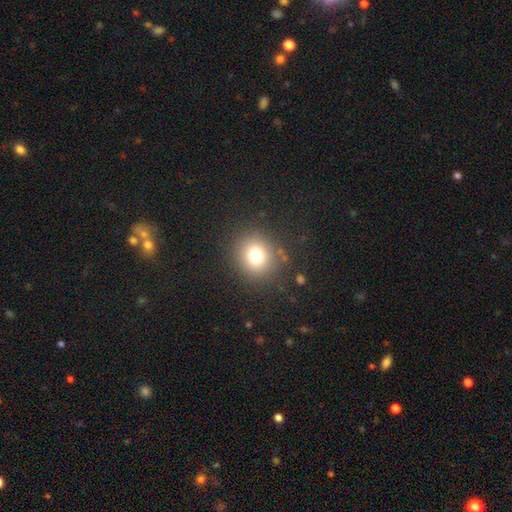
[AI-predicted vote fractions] Morphology: type=smooth (76%); roundness=round (84%); merging=none (86%).